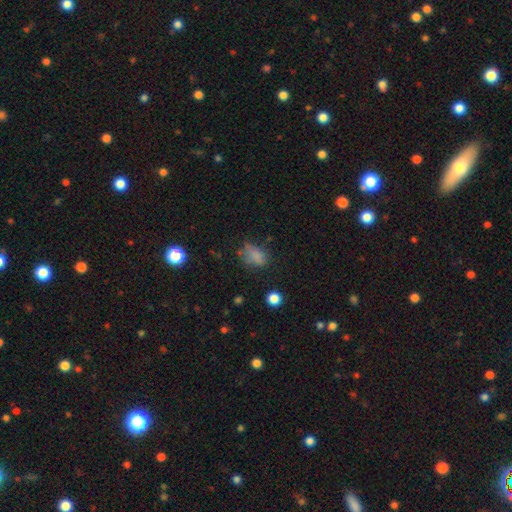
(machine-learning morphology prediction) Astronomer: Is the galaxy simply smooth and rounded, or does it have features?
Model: smooth — 74%.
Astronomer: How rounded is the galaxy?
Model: in between — 78%.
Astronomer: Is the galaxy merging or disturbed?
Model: none — 47% (runner-up: minor disturbance, 29%).